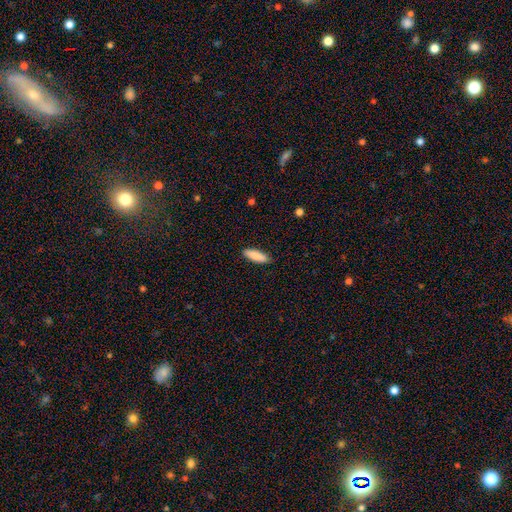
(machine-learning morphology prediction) This appears to be a smooth galaxy with no disk features (87%) that is in between round and cigar-shaped (57%). Merging: none (87%).